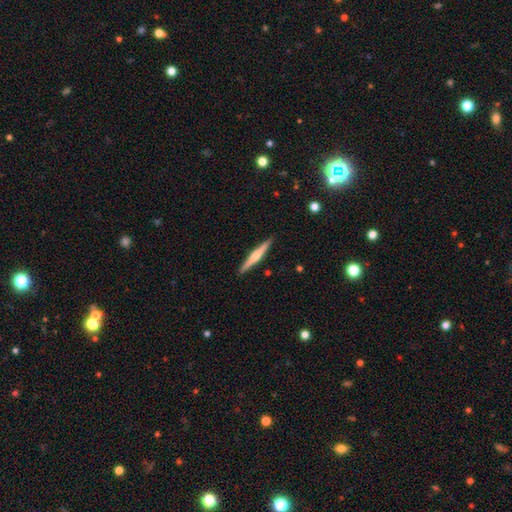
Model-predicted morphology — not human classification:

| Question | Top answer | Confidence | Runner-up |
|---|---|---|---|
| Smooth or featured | featured or disk | 58% | smooth (37%) |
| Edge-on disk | yes | 98% | no (2%) |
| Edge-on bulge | rounded | 76% | none (14%) |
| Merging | none | 91% | minor disturbance (7%) |